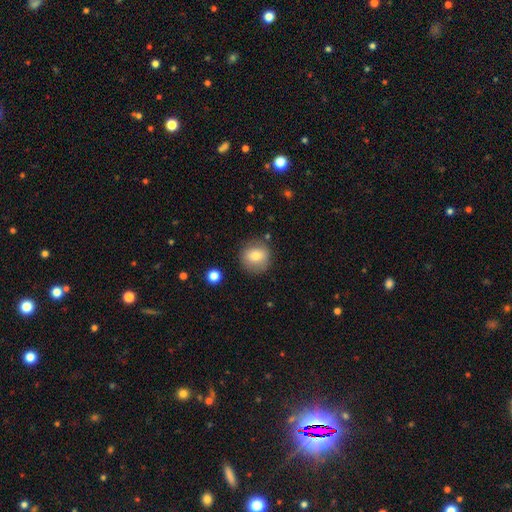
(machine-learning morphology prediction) Overall: smooth (79%). How rounded: round (86%). Merging: none (83%).